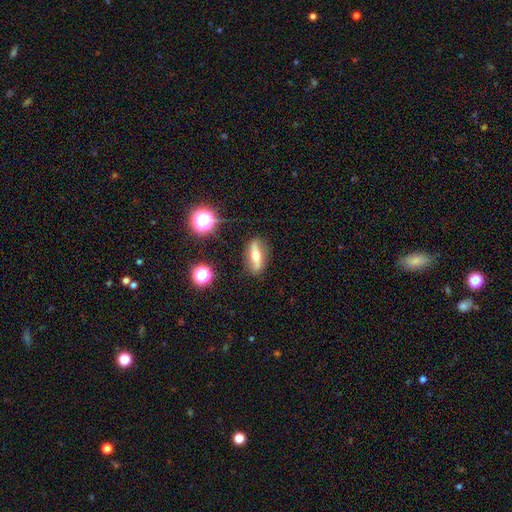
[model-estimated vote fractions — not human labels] The model was most divided on "smooth or featured": featured or disk: 48%, smooth: 41%, star or artifact: 11%. More confident: merging — none (81%).